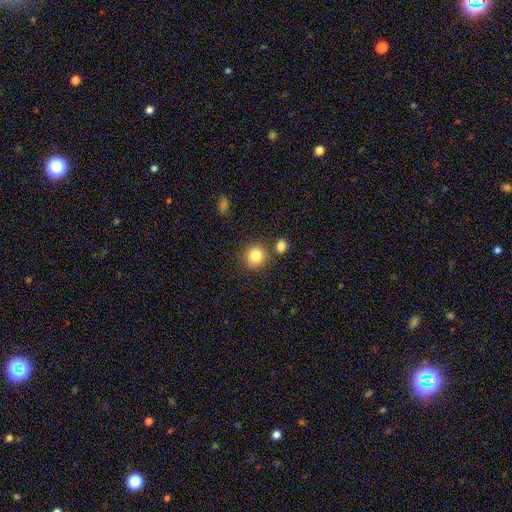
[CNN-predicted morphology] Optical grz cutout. It shows a smooth galaxy with no disk features (83%) that is round (87%). Merging: none (77%).